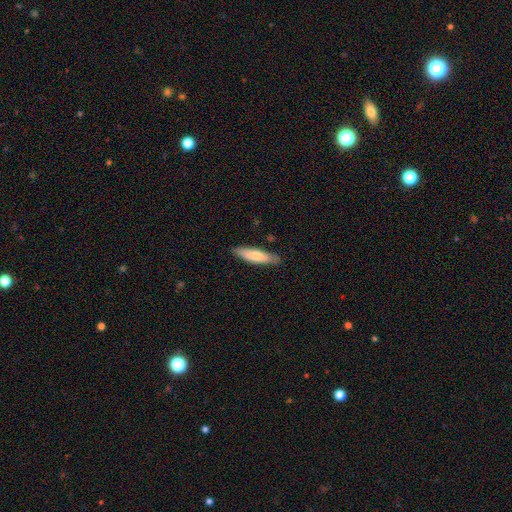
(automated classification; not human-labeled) This appears to be a smooth galaxy with no disk features (72%) that is cigar-shaped (73%). Merging: none (86%).